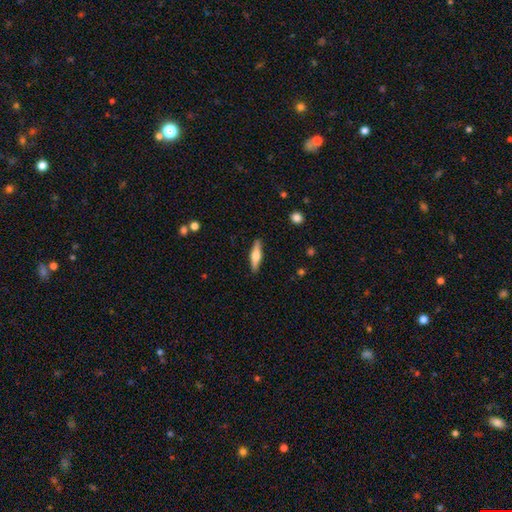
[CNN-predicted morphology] Smooth or featured?
  - featured or disk: 51% *
  - smooth: 43%
  - star or artifact: 6%
Edge-on disk?
  - yes: 96% *
  - no: 4%
Merging?
  - none: 89% *
  - minor disturbance: 8%
  - major disturbance: 2%
  - merger: 1%